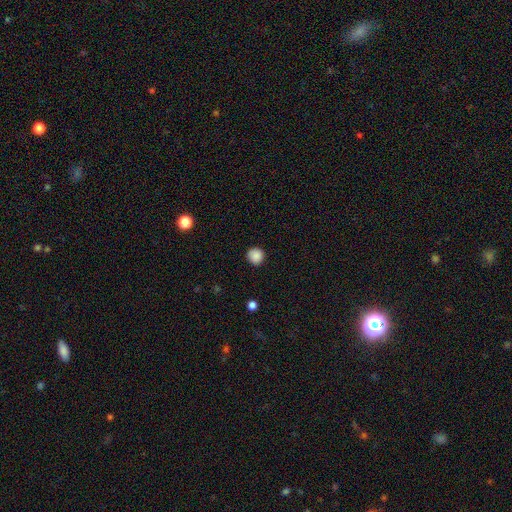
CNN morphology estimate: This appears to be a smooth galaxy with no disk features (88%) that is round (93%). Merging: none (91%).